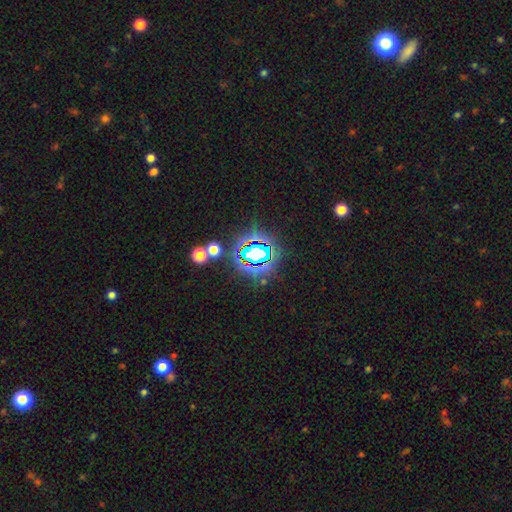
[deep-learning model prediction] A star or artifact, not a galaxy (68%).